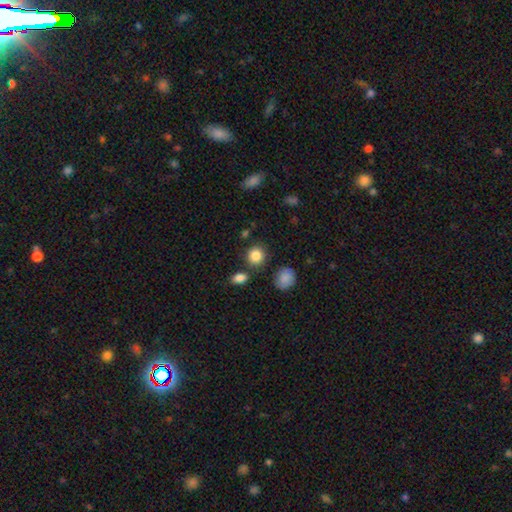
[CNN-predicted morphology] This appears to be a smooth galaxy with no disk features (85%) that is round (82%). Merging: none (80%).